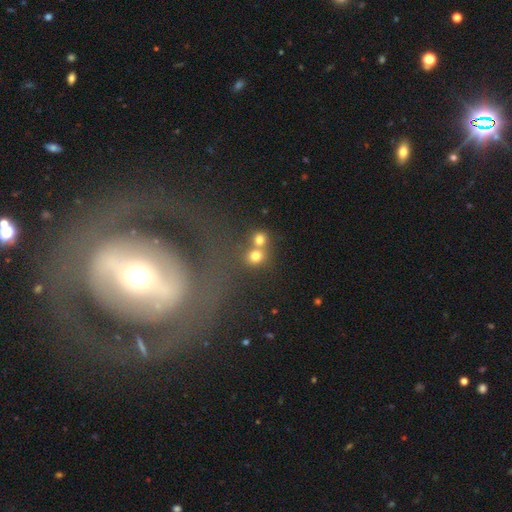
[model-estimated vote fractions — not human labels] This is likely a smooth galaxy (74%). How rounded: clearly round (87%). Merging: possibly none (51%).